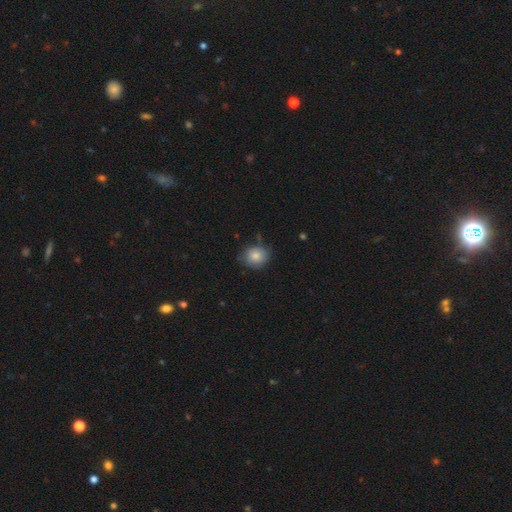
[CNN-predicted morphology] The model was most divided on "how rounded": round: 76%, in between: 24%, cigar-shaped: 1%. More confident: smooth or featured — smooth (83%); merging — none (74%).